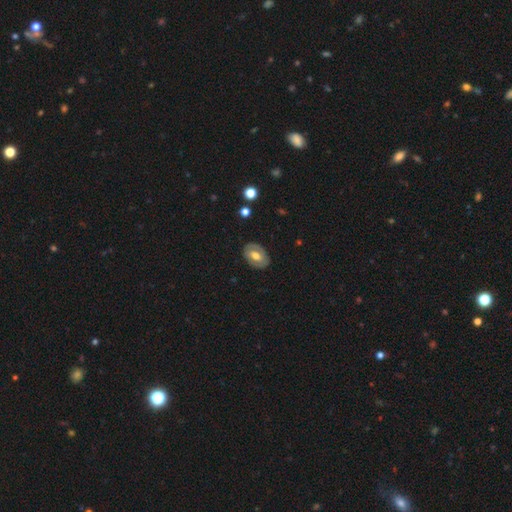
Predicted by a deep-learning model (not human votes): Overall: featured or disk (49%; smooth 45%). Merging: none (83%).